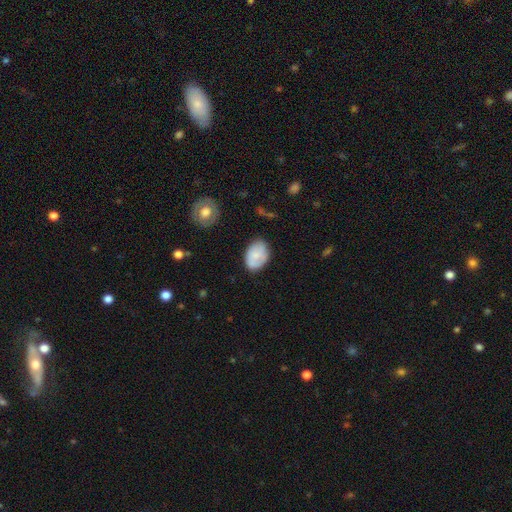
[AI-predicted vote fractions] Smooth or featured: smooth — 69% (featured or disk — 24%)
How rounded: in between — 79% (round — 20%)
Merging: none — 73% (minor disturbance — 21%)